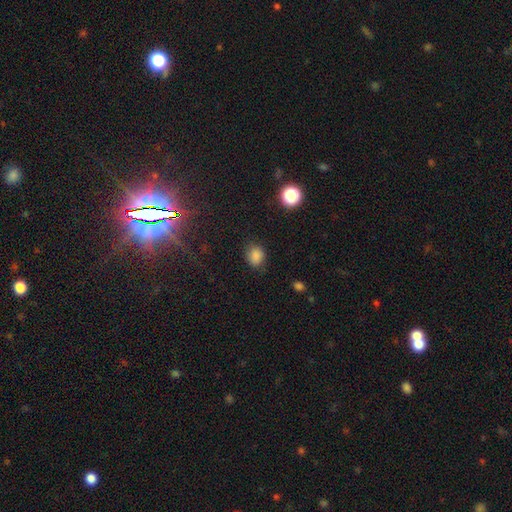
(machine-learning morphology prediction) Smooth or featured?
  - smooth: 83% *
  - star or artifact: 13%
  - featured or disk: 4%
How rounded?
  - round: 58% *
  - in between: 40%
  - cigar-shaped: 1%
Merging?
  - none: 77% *
  - minor disturbance: 17%
  - major disturbance: 4%
  - merger: 2%